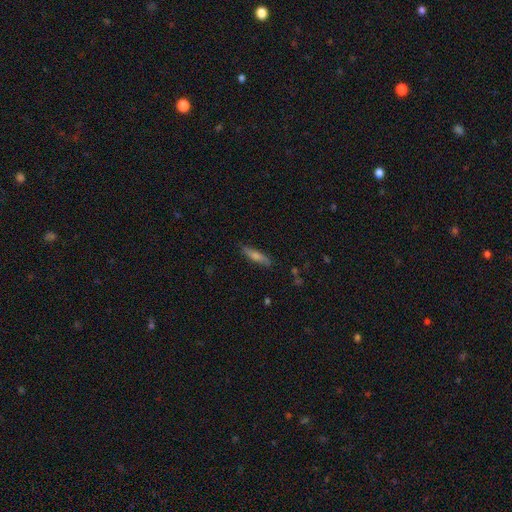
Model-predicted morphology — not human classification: Smooth or featured? smooth (59%)
How rounded? cigar-shaped (79%)
Merging? none (85%)